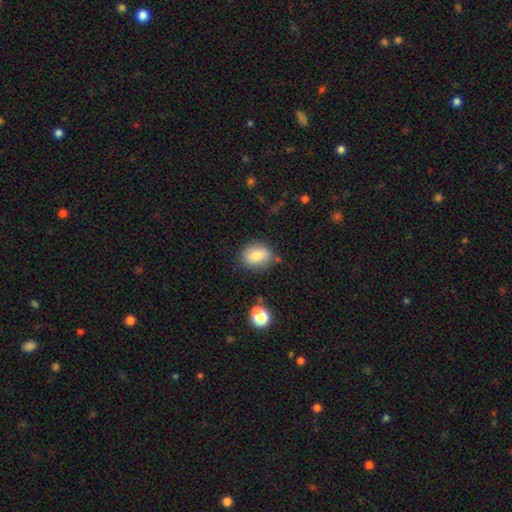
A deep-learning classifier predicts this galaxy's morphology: Smooth or featured?
  - smooth: 80% *
  - featured or disk: 11%
  - star or artifact: 9%
How rounded?
  - in between: 57% *
  - round: 41%
  - cigar-shaped: 1%
Merging?
  - none: 77% *
  - minor disturbance: 15%
  - merger: 4%
  - major disturbance: 4%